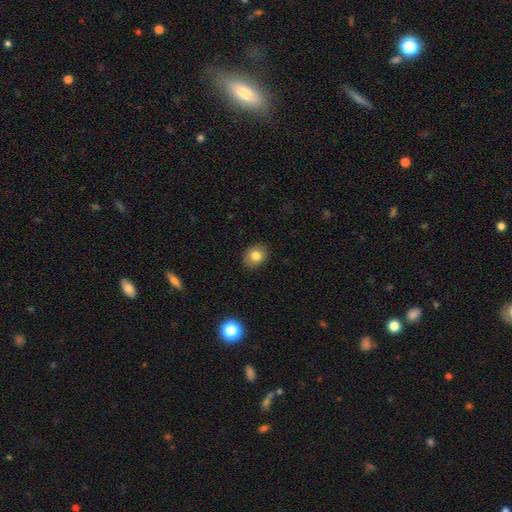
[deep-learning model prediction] Morphology: type=smooth (80%); roundness=in between (51%); merging=none (88%).